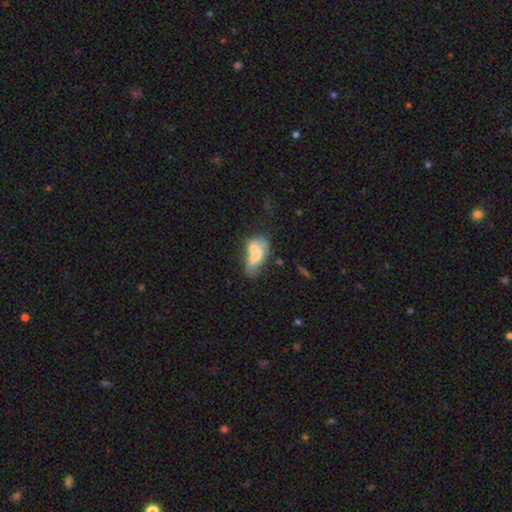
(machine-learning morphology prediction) Q: Smooth or featured?
A: smooth (56%); runner-up: featured or disk (36%)
Q: How rounded?
A: in between (83%); runner-up: cigar-shaped (9%)
Q: Merging?
A: merger (58%); runner-up: none (20%)